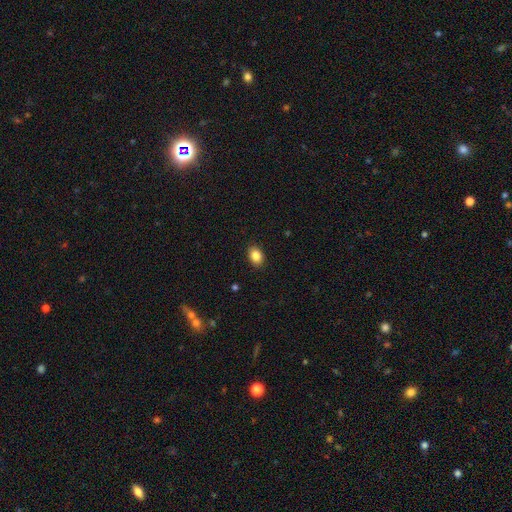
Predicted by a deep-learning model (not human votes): The model was most divided on "how rounded": in between: 77%, round: 22%, cigar-shaped: 1%. More confident: merging — none (90%); smooth or featured — smooth (86%).